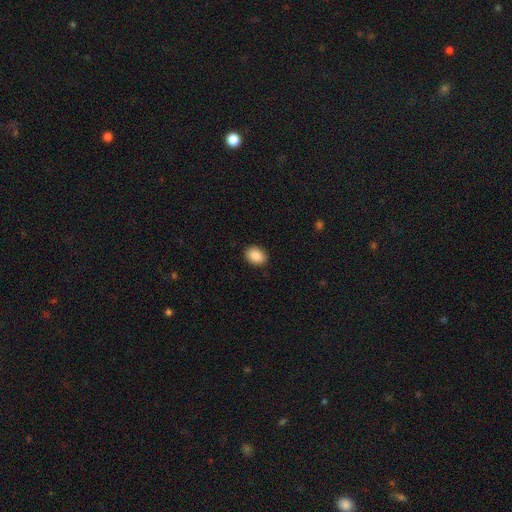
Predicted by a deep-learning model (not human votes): Smooth or featured? smooth (88%)
How rounded? in between (64%)
Merging? none (90%)